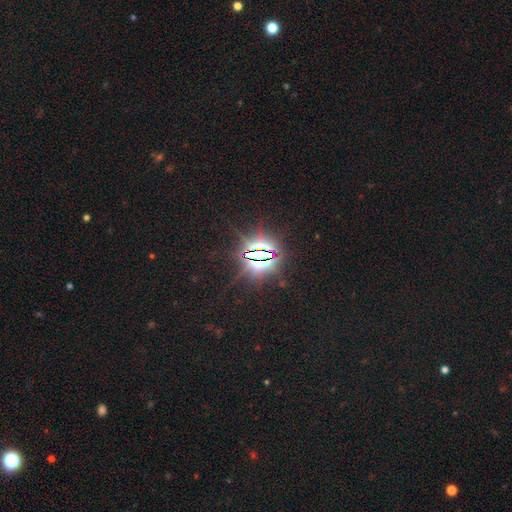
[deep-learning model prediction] This is clearly a star or artifact rather than a galaxy (85%).